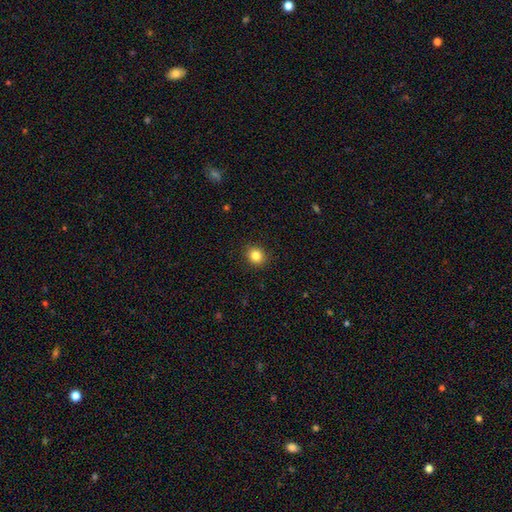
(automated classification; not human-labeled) Smooth or featured: smooth — 84% (star or artifact — 11%)
How rounded: round — 79% (in between — 20%)
Merging: none — 91% (minor disturbance — 6%)